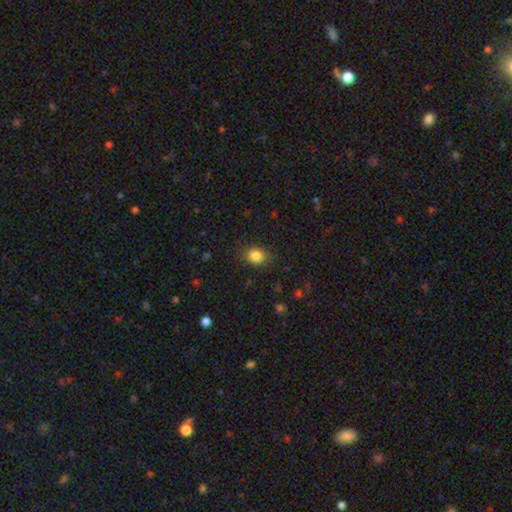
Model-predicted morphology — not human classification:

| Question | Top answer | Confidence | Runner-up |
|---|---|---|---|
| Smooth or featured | smooth | 84% | star or artifact (10%) |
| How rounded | in between | 55% | round (44%) |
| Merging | none | 84% | minor disturbance (11%) |